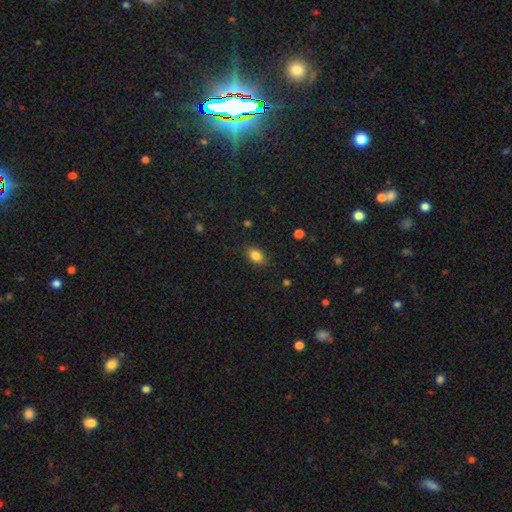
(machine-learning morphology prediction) The model was most divided on "how rounded": in between: 84%, round: 13%, cigar-shaped: 2%. More confident: merging — none (85%); smooth or featured — smooth (84%).